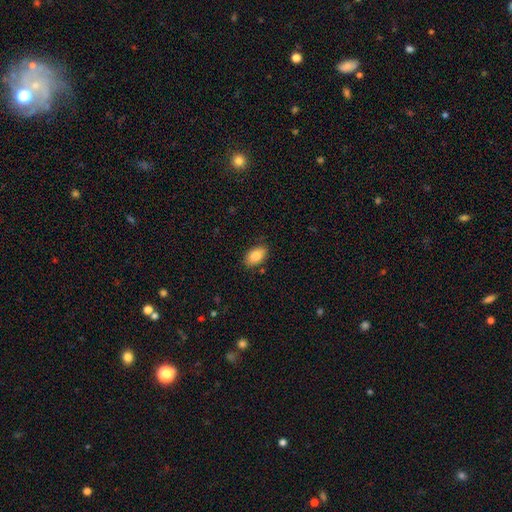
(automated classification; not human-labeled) This is clearly a smooth galaxy (87%). How rounded: clearly in between (92%). Merging: clearly none (84%).